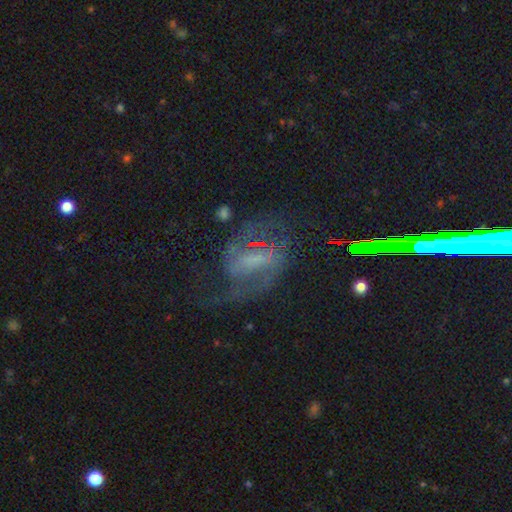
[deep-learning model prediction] Q: Smooth or featured?
A: featured or disk (76%); runner-up: star or artifact (13%)
Q: Edge-on disk?
A: no (96%); runner-up: yes (4%)
Q: Bar?
A: weak (45%); runner-up: strong (34%)
Q: Spiral arms?
A: yes (91%); runner-up: no (9%)
Q: Spiral winding?
A: medium (53%); runner-up: loose (29%)
Q: Spiral arm count?
A: 2 (84%); runner-up: can't tell (7%)
Q: Bulge size?
A: none (45%); runner-up: small (26%)
Q: Merging?
A: none (60%); runner-up: major disturbance (20%)